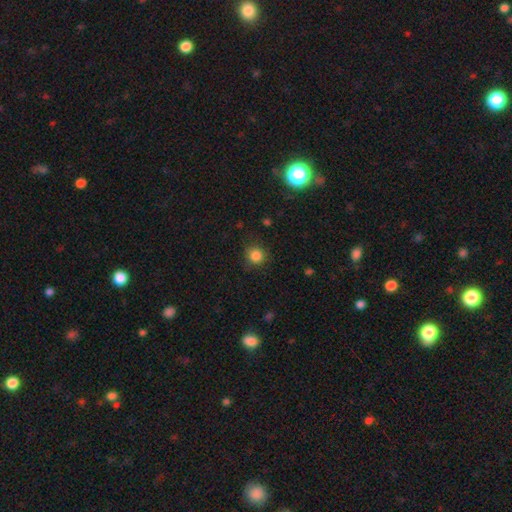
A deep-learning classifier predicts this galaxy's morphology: smooth_or_featured: smooth (p=0.84) [alt: star or artifact p=0.12]
how_rounded: round (p=0.91) [alt: in between p=0.08]
merging: none (p=0.84) [alt: minor disturbance p=0.11]